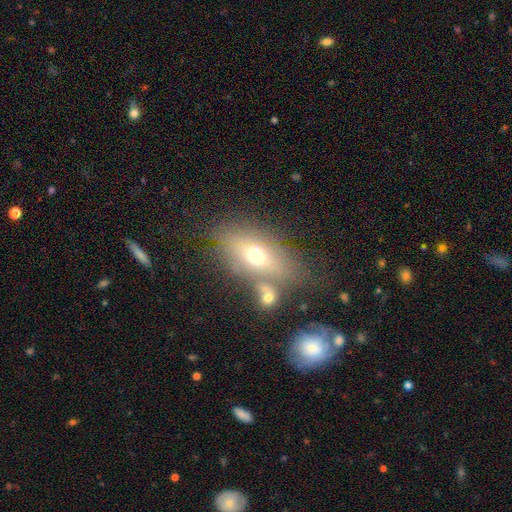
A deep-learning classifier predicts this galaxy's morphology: smooth-or-featured: smooth: 59% | featured or disk: 30% | star or artifact: 12%
  how-rounded: in between: 78% | cigar-shaped: 11% | round: 11%
  merging: none: 57% | merger: 17% | minor disturbance: 17% | major disturbance: 10%